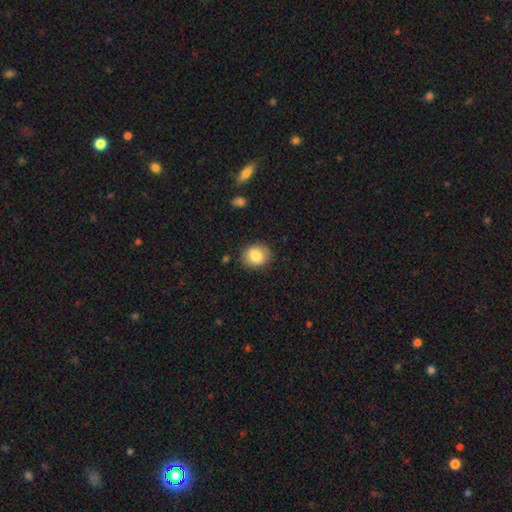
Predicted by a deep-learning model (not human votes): smooth_or_featured: smooth (p=0.83) [alt: featured or disk p=0.09]
how_rounded: round (p=0.62) [alt: in between p=0.37]
merging: none (p=0.85) [alt: minor disturbance p=0.11]